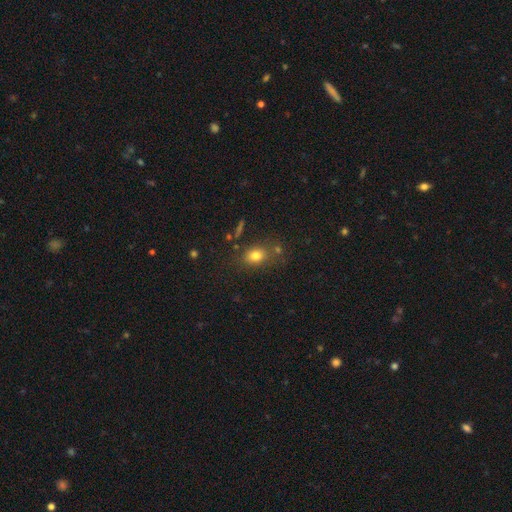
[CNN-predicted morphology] This is likely a smooth galaxy (77%). How rounded: likely in between (61%). Merging: likely none (71%).